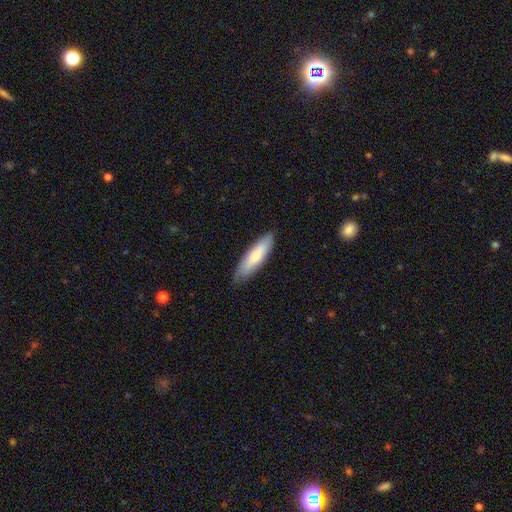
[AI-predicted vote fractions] This is likely a smooth galaxy (72%). How rounded: possibly cigar-shaped (59%). Merging: clearly none (82%).